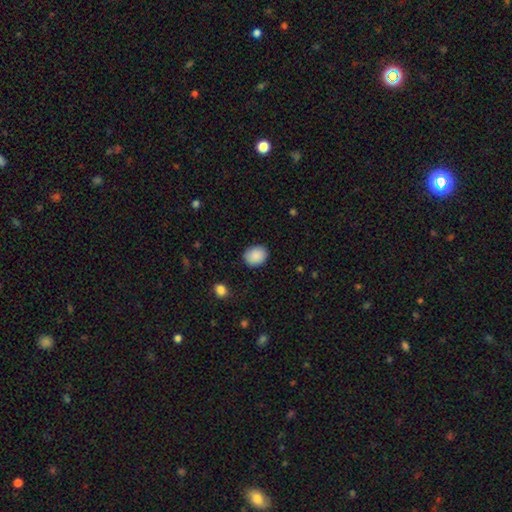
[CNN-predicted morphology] Smooth or featured? smooth (90%)
How rounded? round (51%)
Merging? none (86%)